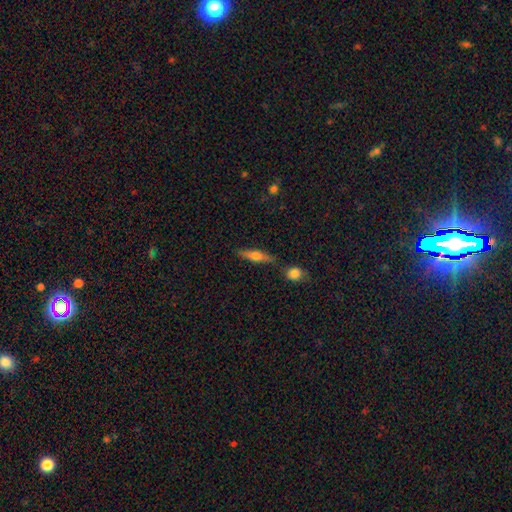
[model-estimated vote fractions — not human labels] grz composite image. It shows a smooth galaxy with no disk features (53%) that is cigar-shaped (68%). Merging: none (78%).